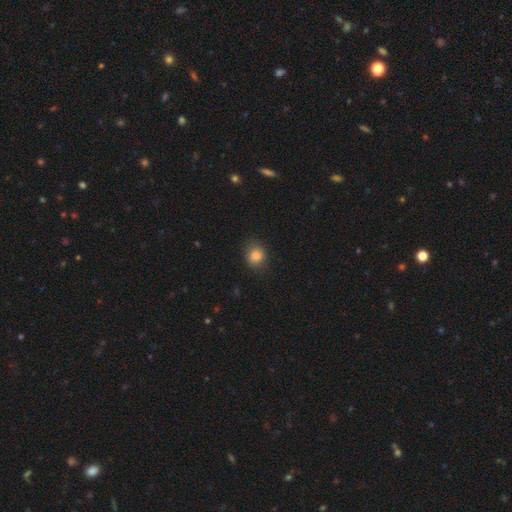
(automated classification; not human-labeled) A smooth galaxy with no disk features (84%) that is round (73%).

Vote fractions:
- Smooth or featured? smooth: 84% / star or artifact: 11% / featured or disk: 5%
- How rounded? round: 73% / in between: 26% / cigar-shaped: 1%
- Merging? none: 84% / minor disturbance: 12% / major disturbance: 3% / merger: 1%